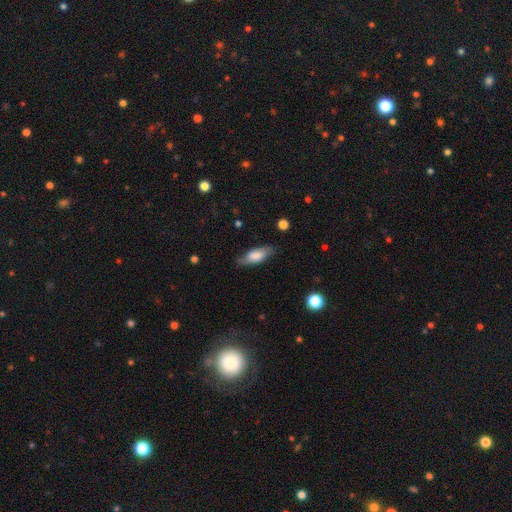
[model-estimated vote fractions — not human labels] Smooth or featured? Predicted: smooth (p=0.66). How rounded? Predicted: in between (p=0.72). Merging? Predicted: none (p=0.76).